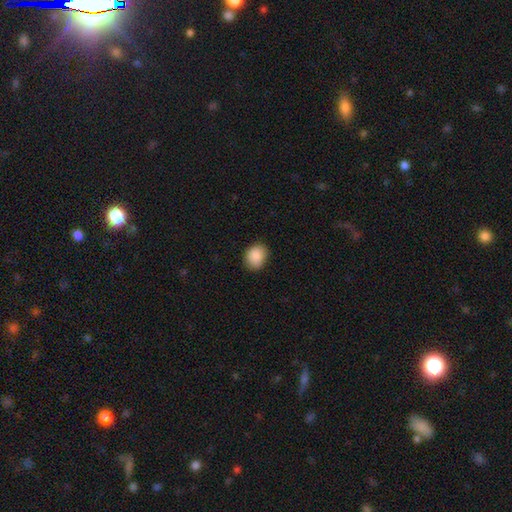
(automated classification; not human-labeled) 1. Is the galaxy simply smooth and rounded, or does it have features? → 89% smooth, 8% star or artifact, 4% featured or disk.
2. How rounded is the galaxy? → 55% round, 44% in between, 1% cigar-shaped.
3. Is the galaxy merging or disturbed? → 82% none, 14% minor disturbance, 3% major disturbance, 1% merger.